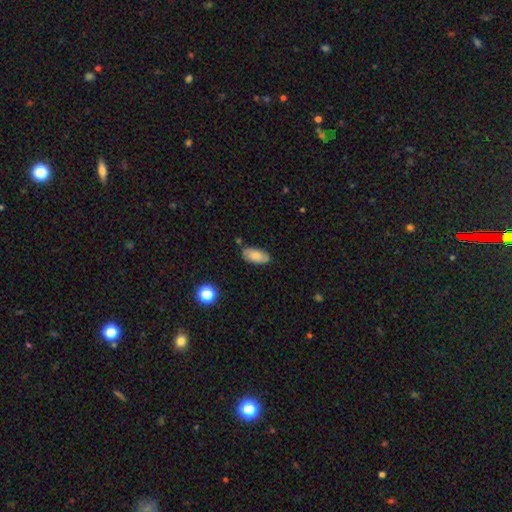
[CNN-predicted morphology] Overall: smooth (79%). How rounded: in between (92%). Merging: none (77%).